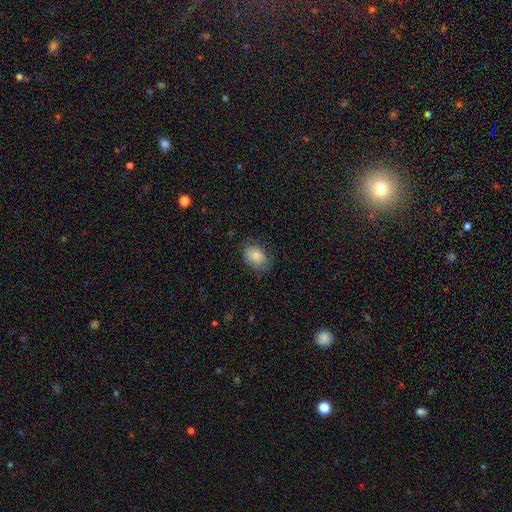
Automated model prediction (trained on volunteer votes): A smooth galaxy with no disk features (82%) that is in between round and cigar-shaped (65%). Merging: none (71%).